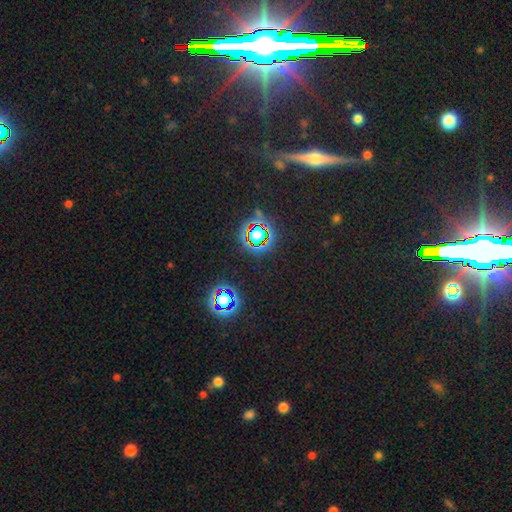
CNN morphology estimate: A star or artifact, not a galaxy (66%).

Vote fractions:
- Smooth or featured? star or artifact: 66% / featured or disk: 19% / smooth: 15%